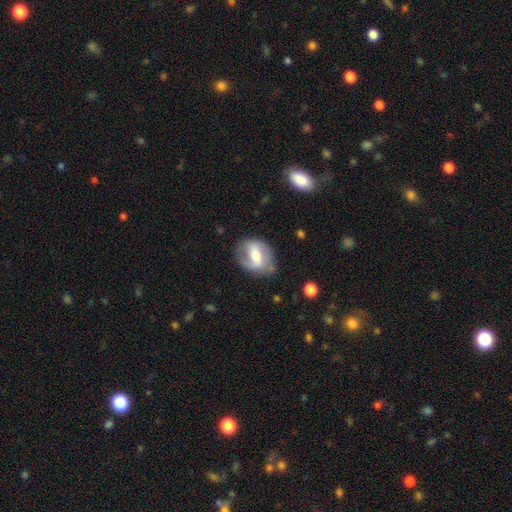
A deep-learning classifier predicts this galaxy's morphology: Overall: featured or disk (60%; smooth 33%). Edge-on disk: no (93%). Bar: strong (47%; weak 37%). Spiral arms: yes (64%; no 36%). Bulge size: moderate (61%; small 24%). Merging: none (69%).